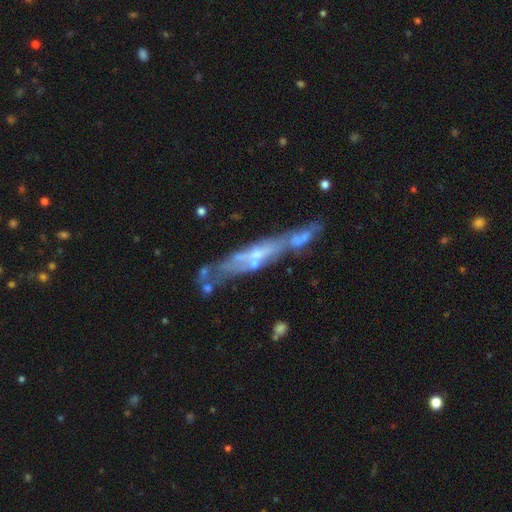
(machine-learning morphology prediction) Smooth or featured?
  - featured or disk: 67% *
  - smooth: 23%
  - star or artifact: 11%
Edge-on disk?
  - yes: 59% *
  - no: 41%
Merging?
  - none: 44% *
  - merger: 24%
  - minor disturbance: 19%
  - major disturbance: 13%